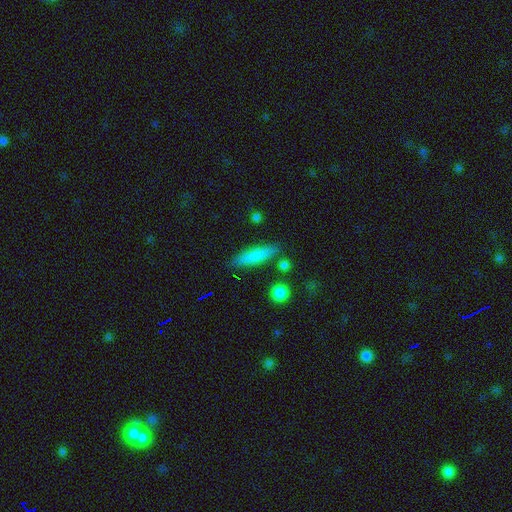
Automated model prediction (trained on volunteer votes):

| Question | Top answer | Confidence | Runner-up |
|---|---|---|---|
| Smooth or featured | smooth | 78% | featured or disk (15%) |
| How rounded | cigar-shaped | 72% | in between (26%) |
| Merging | none | 83% | minor disturbance (11%) |